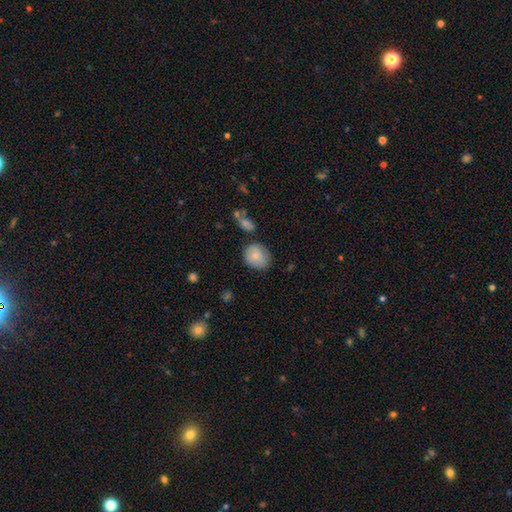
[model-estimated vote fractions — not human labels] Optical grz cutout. It shows a smooth galaxy with no disk features (81%) that is round (59%). Merging: none (67%).